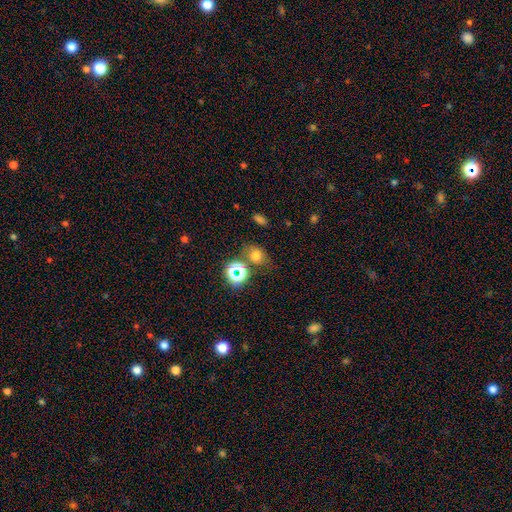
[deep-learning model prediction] Morphology: type=smooth (65%); roundness=round (52%); merging=none (66%).